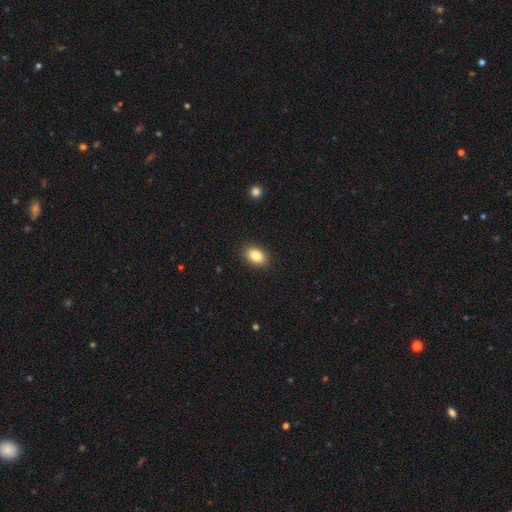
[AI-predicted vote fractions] Smooth or featured? smooth (86%)
How rounded? in between (86%)
Merging? none (89%)